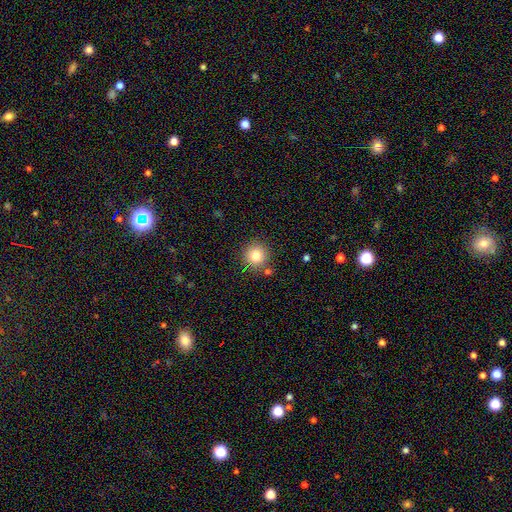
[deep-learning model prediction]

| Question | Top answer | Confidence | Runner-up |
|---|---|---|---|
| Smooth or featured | smooth | 80% | star or artifact (12%) |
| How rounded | round | 94% | in between (5%) |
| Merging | none | 83% | minor disturbance (9%) |